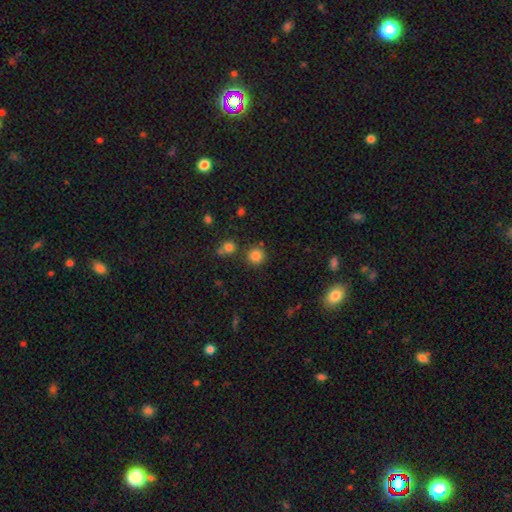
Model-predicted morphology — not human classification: Smooth or featured?
  - smooth: 83% *
  - star or artifact: 13%
  - featured or disk: 5%
How rounded?
  - round: 94% *
  - in between: 5%
  - cigar-shaped: 1%
Merging?
  - none: 81% *
  - merger: 8%
  - minor disturbance: 8%
  - major disturbance: 3%